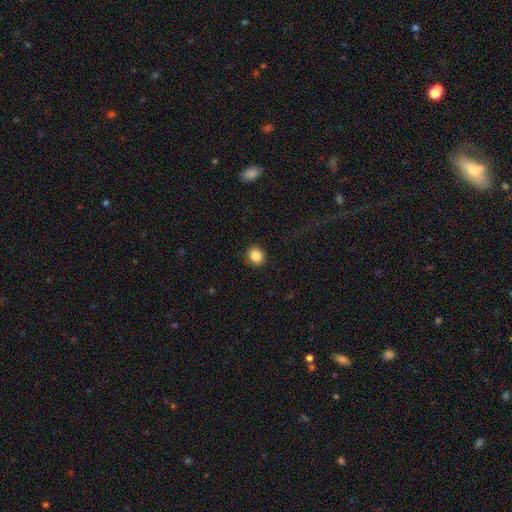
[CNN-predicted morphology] This appears to be a smooth galaxy with no disk features (86%) that is round (78%). Merging: none (88%).